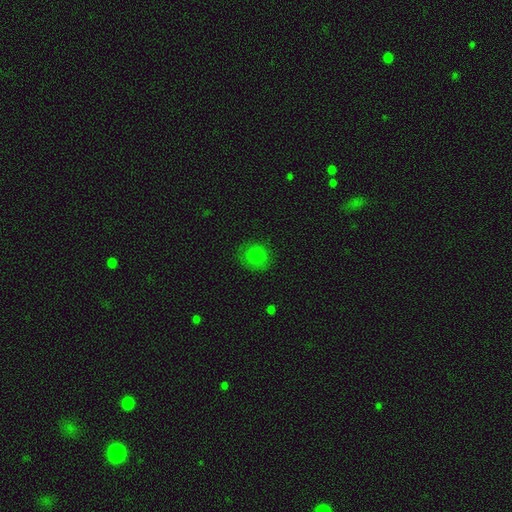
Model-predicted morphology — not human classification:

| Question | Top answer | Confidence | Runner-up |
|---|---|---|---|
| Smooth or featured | smooth | 79% | star or artifact (12%) |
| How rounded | round | 85% | in between (14%) |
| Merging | none | 82% | minor disturbance (13%) |